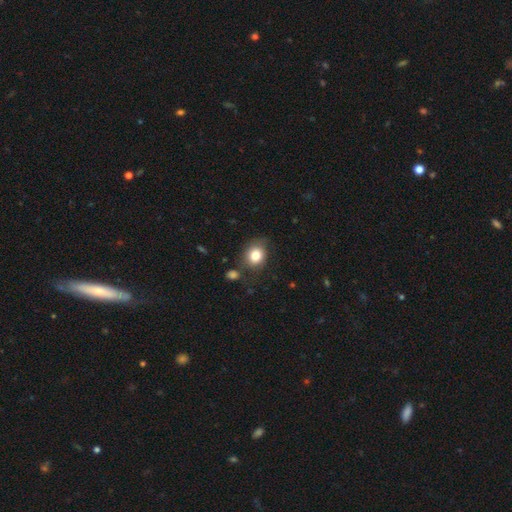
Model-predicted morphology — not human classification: The model was most divided on "how rounded": round: 58%, in between: 42%, cigar-shaped: 1%. More confident: smooth or featured — smooth (81%); merging — none (68%).